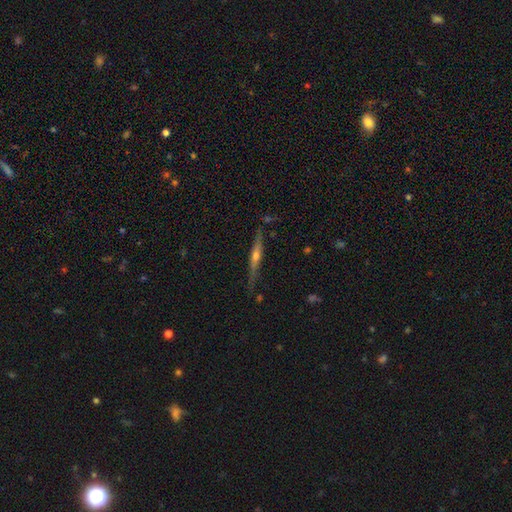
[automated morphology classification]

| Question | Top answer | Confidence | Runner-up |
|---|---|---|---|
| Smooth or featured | featured or disk | 71% | smooth (22%) |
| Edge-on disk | yes | 97% | no (3%) |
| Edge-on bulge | rounded | 84% | none (11%) |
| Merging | none | 79% | minor disturbance (15%) |